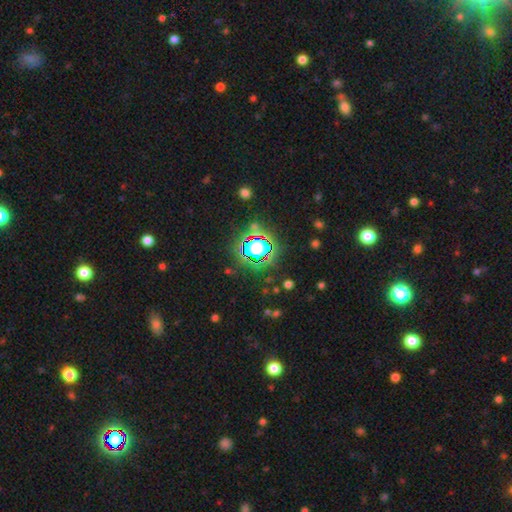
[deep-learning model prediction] Q: Smooth or featured?
A: star or artifact (81%); runner-up: smooth (12%)